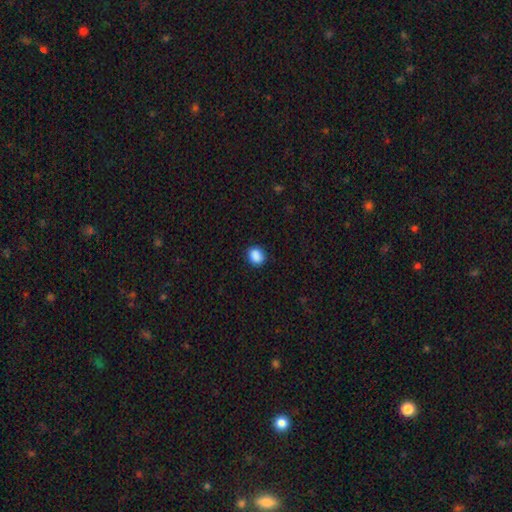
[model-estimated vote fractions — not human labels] smooth 88%, star or artifact 9%, featured or disk 3%. Down the decision tree: how rounded — round (61%); merging — none (84%).